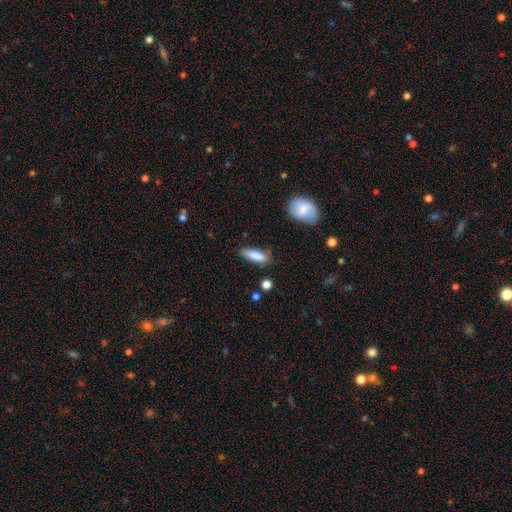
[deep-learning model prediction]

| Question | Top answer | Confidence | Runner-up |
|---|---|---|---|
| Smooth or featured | smooth | 83% | featured or disk (11%) |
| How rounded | cigar-shaped | 52% | in between (46%) |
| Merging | none | 79% | minor disturbance (16%) |